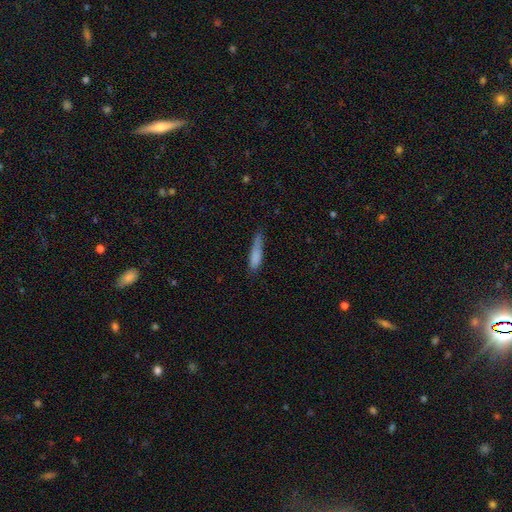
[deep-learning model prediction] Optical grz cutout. It shows a smooth galaxy with no disk features (81%) that is cigar-shaped (72%). Merging: none (49%).